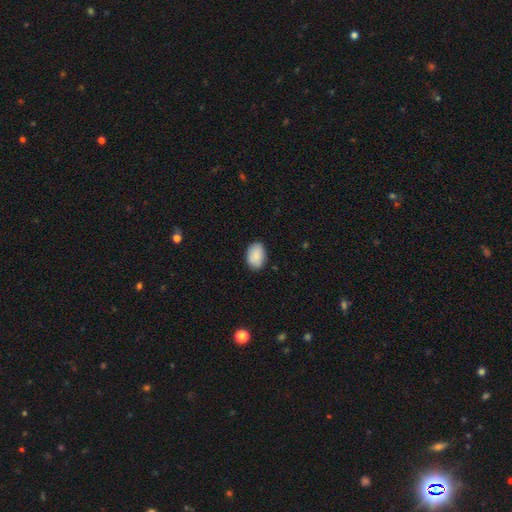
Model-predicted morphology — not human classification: Overall: smooth (88%). How rounded: in between (87%). Merging: none (86%).